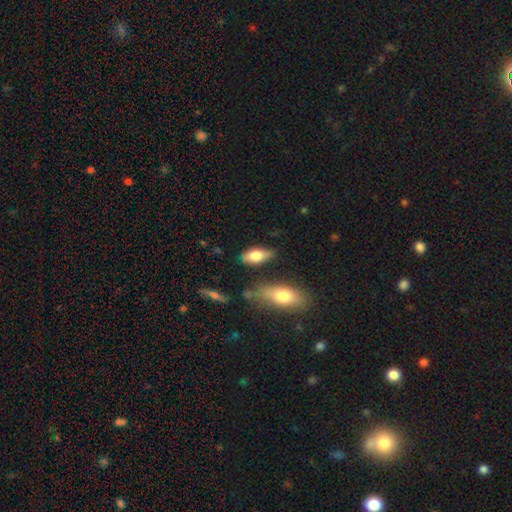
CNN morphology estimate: Smooth or featured? smooth (74%)
How rounded? in between (82%)
Merging? none (67%)